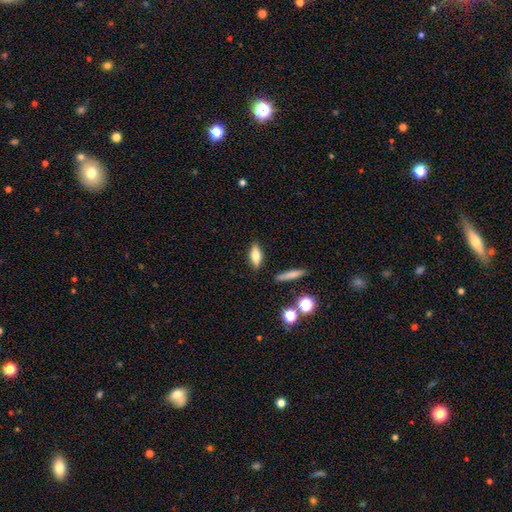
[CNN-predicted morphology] type=smooth (70%); roundness=in between (65%); merging=none (84%).